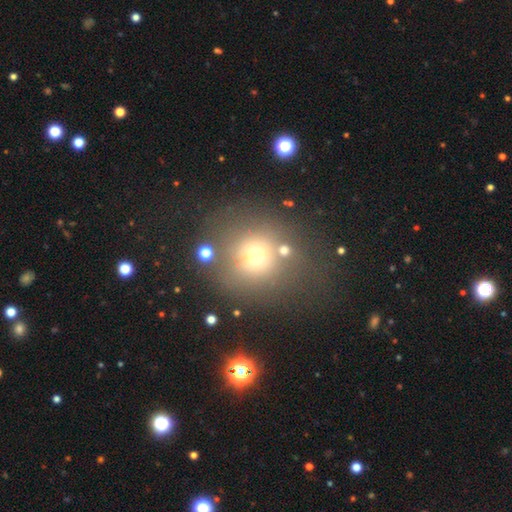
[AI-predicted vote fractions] smooth_or_featured: smooth (p=0.63) [alt: star or artifact p=0.22]
how_rounded: round (p=0.89) [alt: in between p=0.10]
merging: none (p=0.71) [alt: minor disturbance p=0.12]